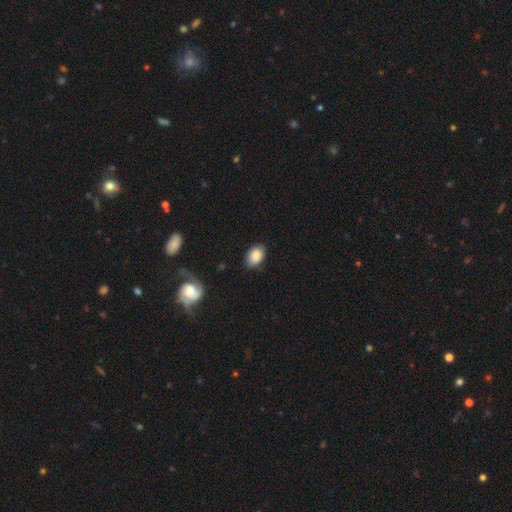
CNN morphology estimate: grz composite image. It shows a smooth galaxy with no disk features (85%) that is in between round and cigar-shaped (83%). Merging: none (80%).